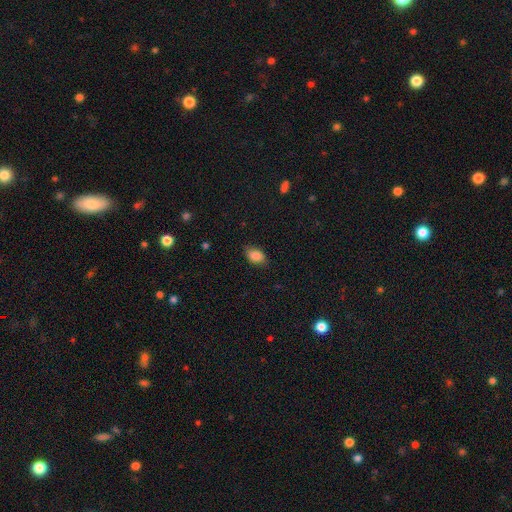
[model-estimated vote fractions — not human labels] This appears to be a smooth galaxy with no disk features (84%) that is in between round and cigar-shaped (83%). Merging: none (78%).